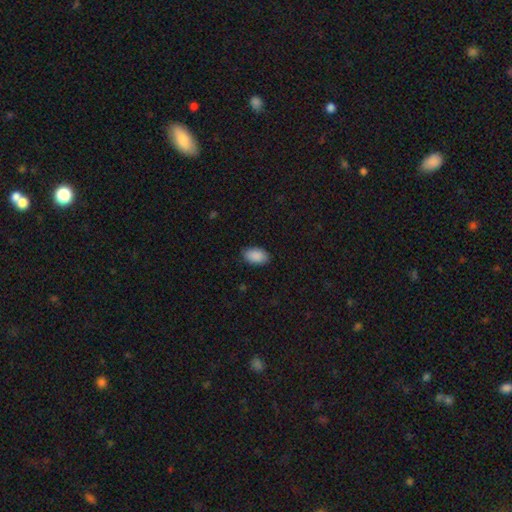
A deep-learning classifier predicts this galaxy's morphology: Smooth or featured?
  - smooth: 91% *
  - star or artifact: 6%
  - featured or disk: 3%
How rounded?
  - in between: 94% *
  - round: 5%
  - cigar-shaped: 1%
Merging?
  - none: 87% *
  - minor disturbance: 10%
  - major disturbance: 2%
  - merger: 1%